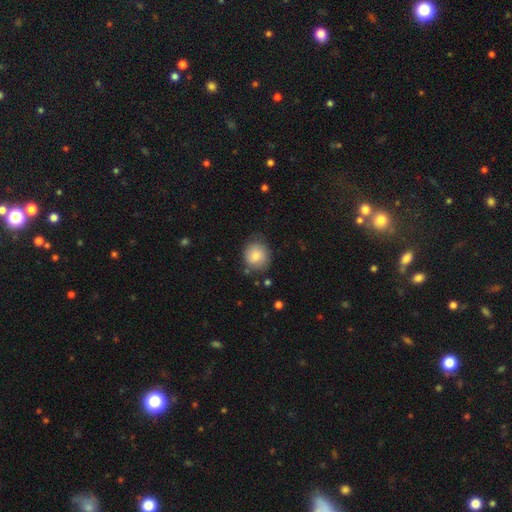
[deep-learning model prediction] smooth_or_featured: smooth (p=0.81) [alt: featured or disk p=0.11]
how_rounded: round (p=0.82) [alt: in between p=0.17]
merging: none (p=0.72) [alt: minor disturbance p=0.20]